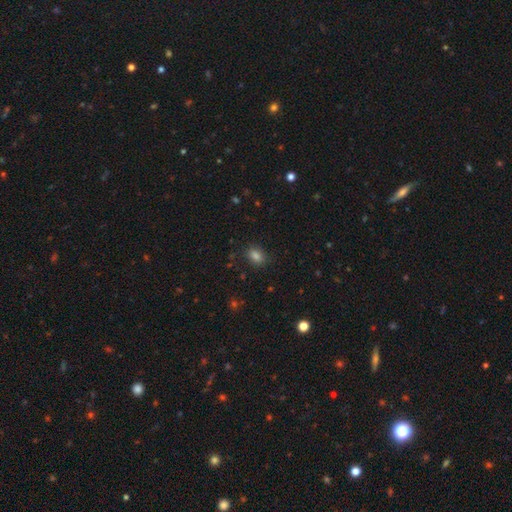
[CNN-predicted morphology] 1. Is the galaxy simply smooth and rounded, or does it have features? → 82% smooth, 13% star or artifact, 5% featured or disk.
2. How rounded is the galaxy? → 71% in between, 27% round, 2% cigar-shaped.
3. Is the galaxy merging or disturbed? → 85% none, 10% minor disturbance, 3% major disturbance, 1% merger.